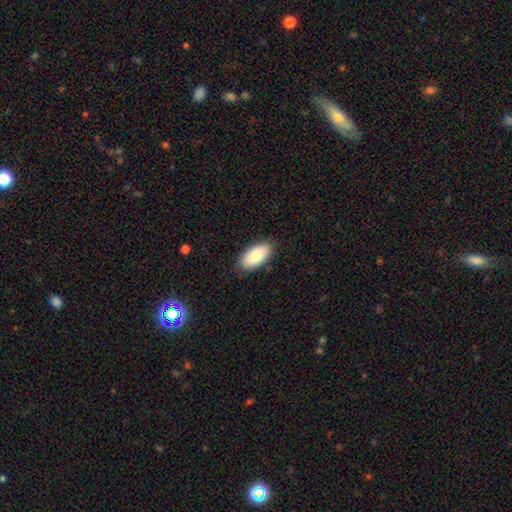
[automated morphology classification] Smooth or featured?
  - smooth: 84% *
  - featured or disk: 10%
  - star or artifact: 6%
How rounded?
  - in between: 93% *
  - cigar-shaped: 4%
  - round: 2%
Merging?
  - none: 85% *
  - minor disturbance: 12%
  - major disturbance: 2%
  - merger: 1%